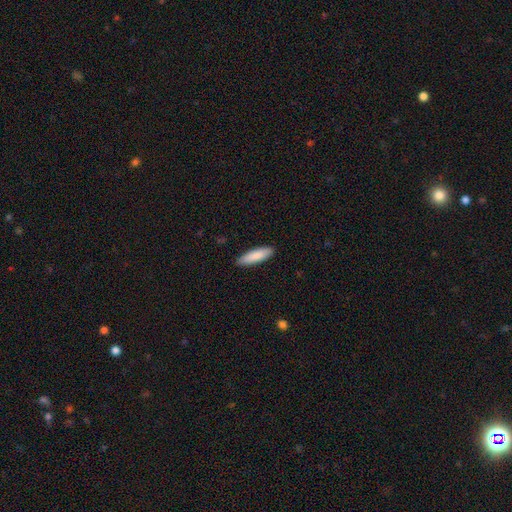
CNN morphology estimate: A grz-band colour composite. It shows a smooth galaxy with no disk features (88%) that is cigar-shaped (62%). Merging: none (89%).